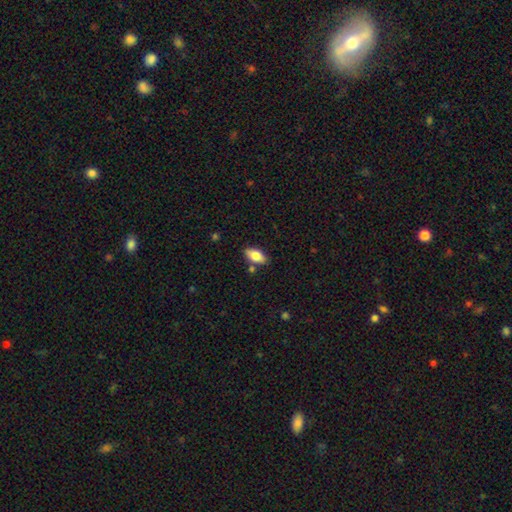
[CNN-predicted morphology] Overall: smooth (79%). How rounded: in between (91%). Merging: none (82%).